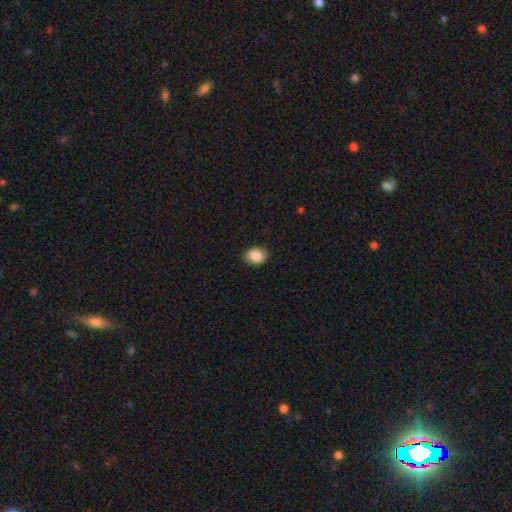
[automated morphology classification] Smooth or featured?
  - smooth: 88% *
  - star or artifact: 8%
  - featured or disk: 4%
How rounded?
  - in between: 64% *
  - round: 35%
  - cigar-shaped: 1%
Merging?
  - none: 86% *
  - minor disturbance: 11%
  - major disturbance: 2%
  - merger: 1%